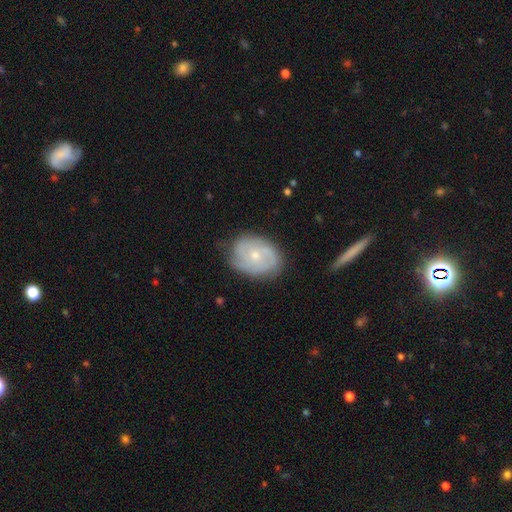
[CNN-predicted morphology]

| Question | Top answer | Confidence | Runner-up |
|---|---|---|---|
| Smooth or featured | featured or disk | 70% | smooth (24%) |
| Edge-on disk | no | 97% | yes (3%) |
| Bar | no | 73% | weak (23%) |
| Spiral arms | yes | 88% | no (12%) |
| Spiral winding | tight | 52% | medium (36%) |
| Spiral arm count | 2 | 35% | can't tell (30%) |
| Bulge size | small | 54% | moderate (43%) |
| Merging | none | 73% | minor disturbance (20%) |